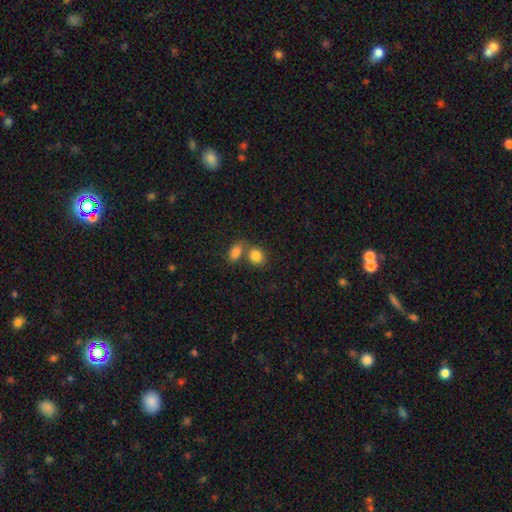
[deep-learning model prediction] This is clearly a smooth galaxy (84%). How rounded: possibly round (50%). Merging: marginally none (45%).